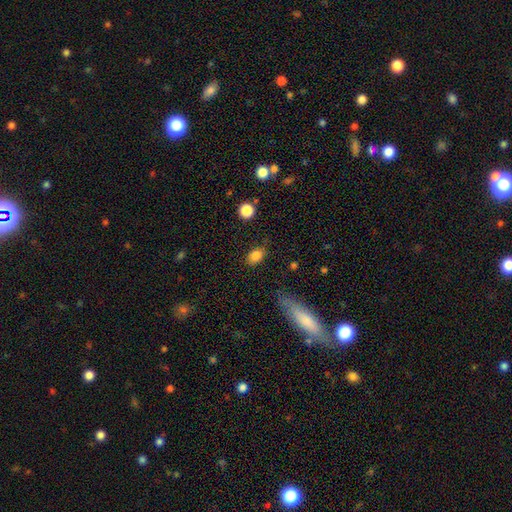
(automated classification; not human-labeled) smooth 84%, star or artifact 10%, featured or disk 6%. Down the decision tree: how rounded — in between (74%); merging — none (75%).